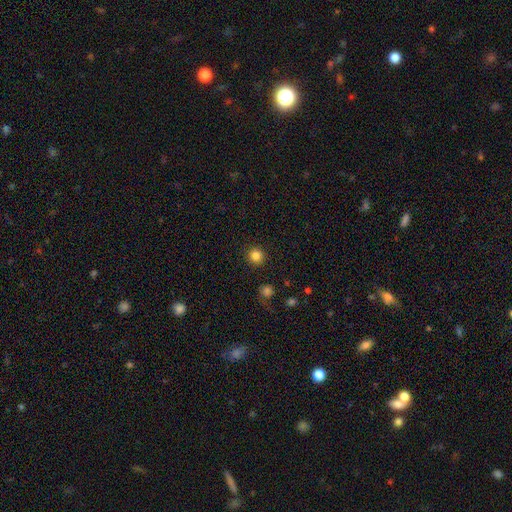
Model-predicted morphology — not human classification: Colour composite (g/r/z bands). It shows a smooth galaxy with no disk features (84%) that is round (94%). Merging: none (92%).